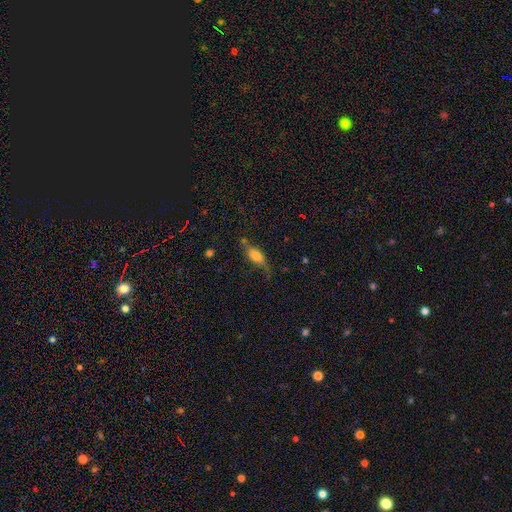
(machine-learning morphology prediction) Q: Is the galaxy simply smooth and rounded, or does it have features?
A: smooth — 66%.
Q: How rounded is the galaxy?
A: in between — 73%.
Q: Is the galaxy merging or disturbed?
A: none — 52%.